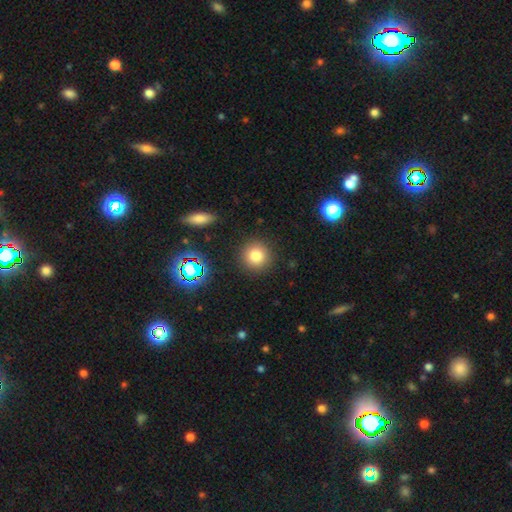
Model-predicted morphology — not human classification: Smooth or featured: smooth — 78% (star or artifact — 14%)
How rounded: round — 94% (in between — 5%)
Merging: none — 89% (minor disturbance — 6%)